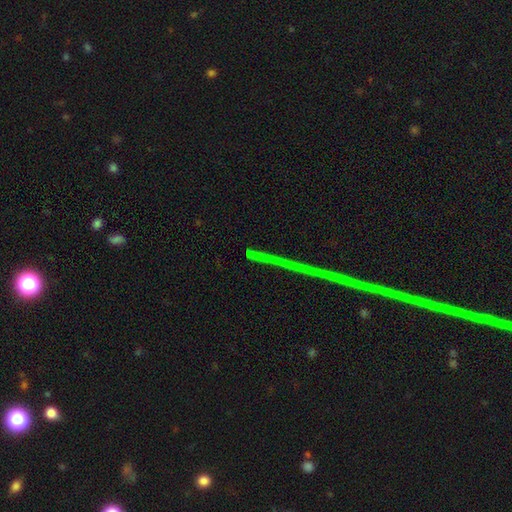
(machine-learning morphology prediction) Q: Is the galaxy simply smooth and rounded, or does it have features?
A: star or artifact — 77%.